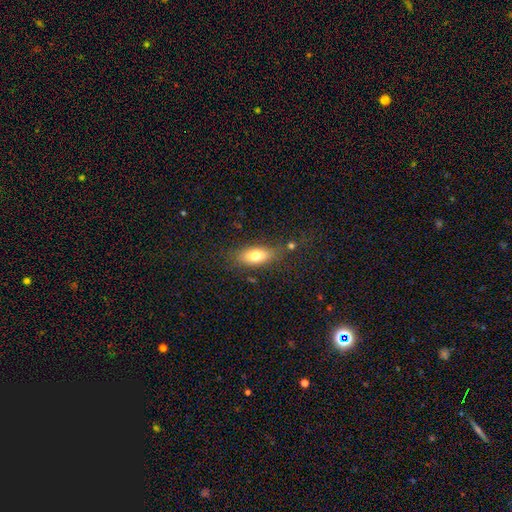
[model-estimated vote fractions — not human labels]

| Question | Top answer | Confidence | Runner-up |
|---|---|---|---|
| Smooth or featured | smooth | 75% | featured or disk (17%) |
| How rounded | in between | 83% | cigar-shaped (12%) |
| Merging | none | 74% | minor disturbance (16%) |